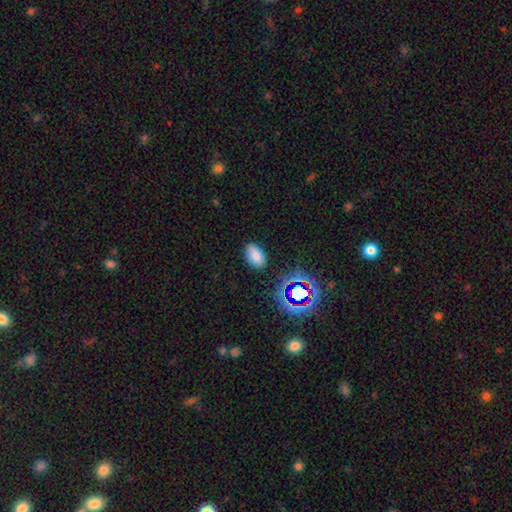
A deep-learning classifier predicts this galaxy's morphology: The model was most divided on "smooth or featured": smooth: 76%, star or artifact: 16%, featured or disk: 7%. More confident: how rounded — in between (91%); merging — none (83%).